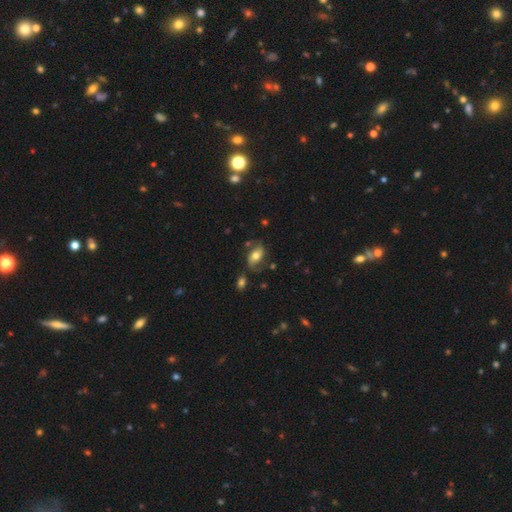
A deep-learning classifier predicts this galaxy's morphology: smooth-or-featured: featured or disk: 47% | smooth: 45% | star or artifact: 8%
  merging: none: 62% | minor disturbance: 21% | major disturbance: 11% | merger: 5%